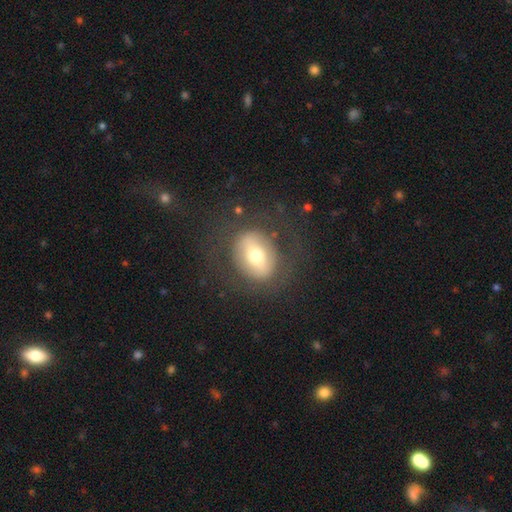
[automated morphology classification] smooth-or-featured: smooth: 50% | featured or disk: 41% | star or artifact: 9%
  how-rounded: in between: 55% | round: 44% | cigar-shaped: 2%
  merging: none: 75% | minor disturbance: 12% | major disturbance: 11% | merger: 1%